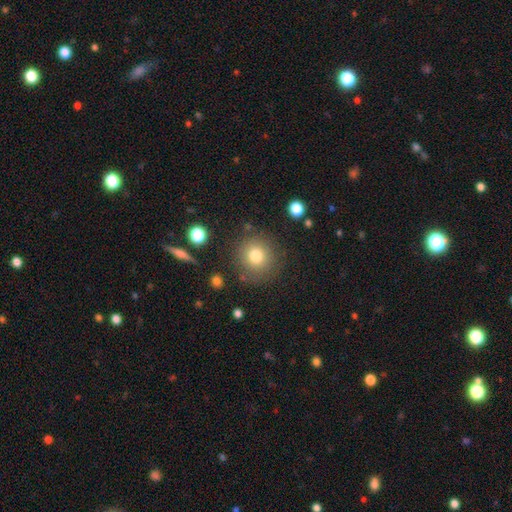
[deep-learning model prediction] smooth-or-featured: smooth: 78% | star or artifact: 12% | featured or disk: 10%
  how-rounded: round: 91% | in between: 8% | cigar-shaped: 1%
  merging: none: 83% | minor disturbance: 10% | major disturbance: 4% | merger: 3%